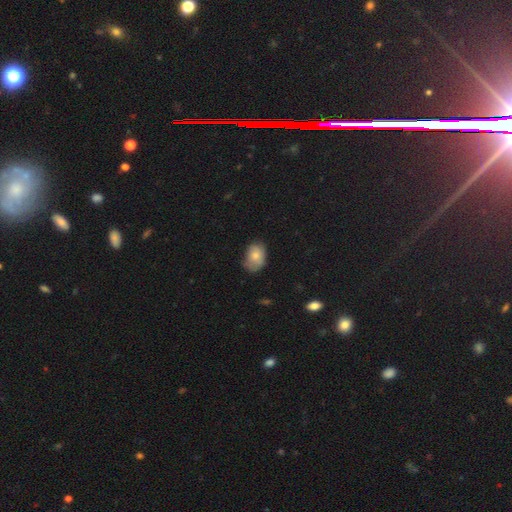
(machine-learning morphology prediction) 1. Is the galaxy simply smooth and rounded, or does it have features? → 75% smooth, 17% featured or disk, 8% star or artifact.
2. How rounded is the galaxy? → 79% in between, 20% round, 1% cigar-shaped.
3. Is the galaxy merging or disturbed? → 52% none, 36% minor disturbance, 10% major disturbance, 2% merger.